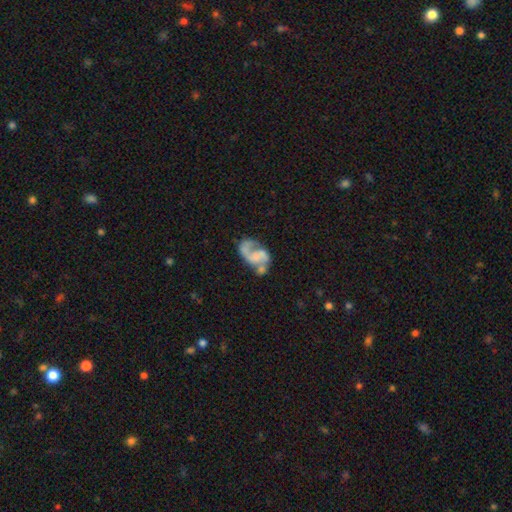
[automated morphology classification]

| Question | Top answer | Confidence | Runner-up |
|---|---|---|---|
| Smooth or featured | featured or disk | 76% | smooth (16%) |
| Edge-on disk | no | 98% | yes (2%) |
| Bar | no | 57% | weak (33%) |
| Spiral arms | yes | 85% | no (15%) |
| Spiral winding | loose | 49% | medium (40%) |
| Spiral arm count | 2 | 78% | 1 (14%) |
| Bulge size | none | 56% | small (21%) |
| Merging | none | 35% | major disturbance (25%) |